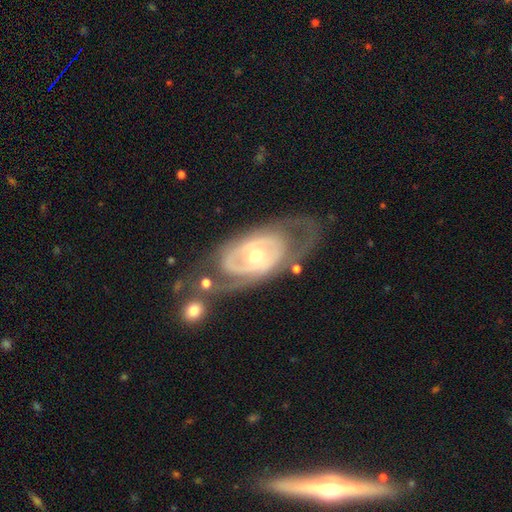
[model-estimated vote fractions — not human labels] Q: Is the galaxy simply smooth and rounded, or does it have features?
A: featured or disk — 80%.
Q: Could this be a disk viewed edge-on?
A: no — 92%.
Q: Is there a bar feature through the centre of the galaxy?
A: no — 70%.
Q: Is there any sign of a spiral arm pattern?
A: yes — 62%.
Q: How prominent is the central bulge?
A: moderate — 51%.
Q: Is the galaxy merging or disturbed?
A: none — 56%.